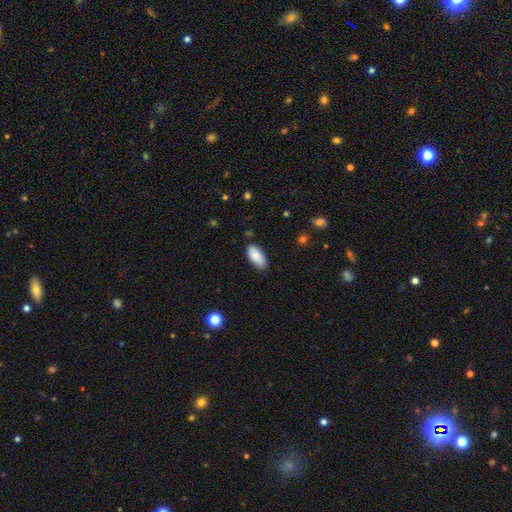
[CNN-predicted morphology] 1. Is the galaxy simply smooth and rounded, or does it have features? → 84% smooth, 9% featured or disk, 7% star or artifact.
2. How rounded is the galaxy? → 91% in between, 7% cigar-shaped, 2% round.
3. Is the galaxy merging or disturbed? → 79% none, 17% minor disturbance, 3% major disturbance, 2% merger.